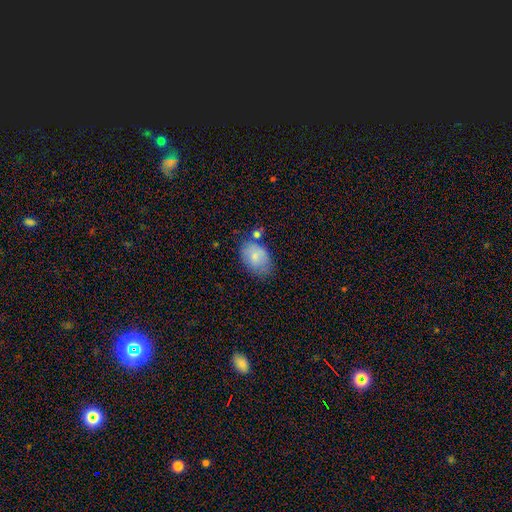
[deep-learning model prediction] Smooth or featured: smooth — 77% (featured or disk — 15%)
How rounded: in between — 80% (round — 19%)
Merging: none — 57% (minor disturbance — 26%)